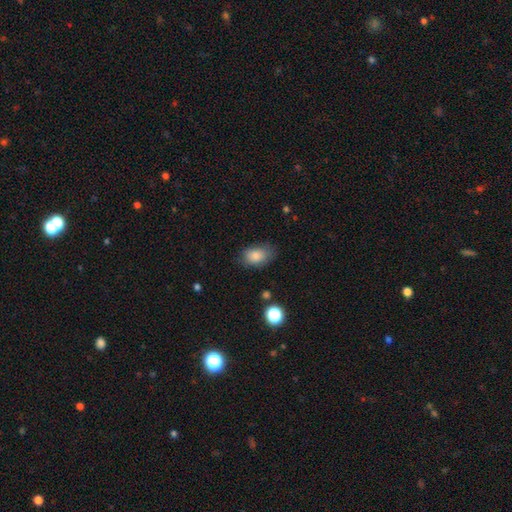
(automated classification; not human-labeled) Q: Smooth or featured?
A: smooth (82%); runner-up: featured or disk (9%)
Q: How rounded?
A: in between (86%); runner-up: round (13%)
Q: Merging?
A: none (69%); runner-up: minor disturbance (23%)